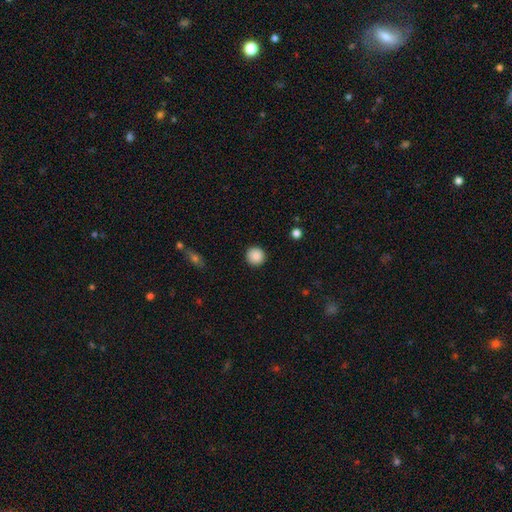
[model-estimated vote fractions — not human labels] Overall: smooth (89%). How rounded: round (95%). Merging: none (92%).